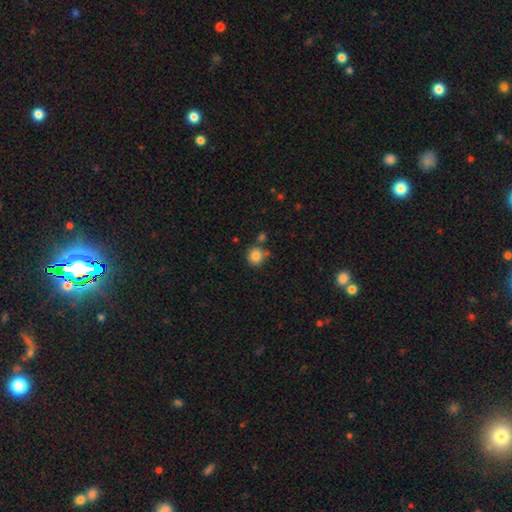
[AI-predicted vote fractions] Smooth or featured? Predicted: smooth (p=0.84). How rounded? Predicted: round (p=0.91). Merging? Predicted: none (p=0.74).